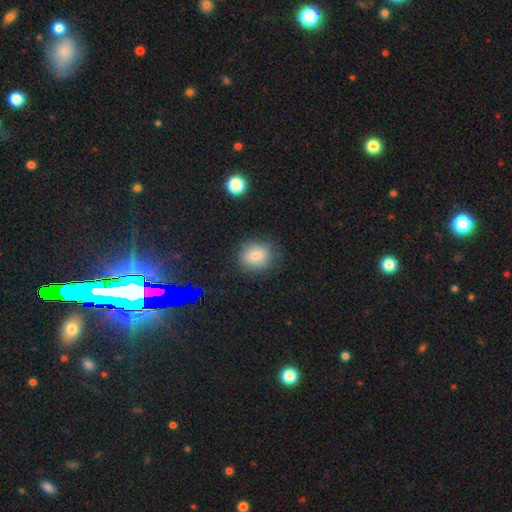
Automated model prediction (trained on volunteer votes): The model was most divided on "how rounded": round: 66%, in between: 33%, cigar-shaped: 1%. More confident: smooth or featured — smooth (81%); merging — none (79%).